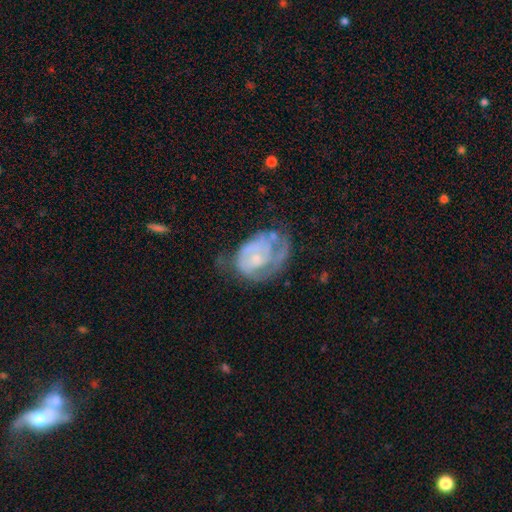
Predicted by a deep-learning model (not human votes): This is likely a featured or disk galaxy (67%). It is clearly not viewed edge-on (97%). Bar: likely no (78%). Spiral arm pattern: likely yes (63%). Central bulge: possibly small (56%). Merging: marginally major disturbance (35%).